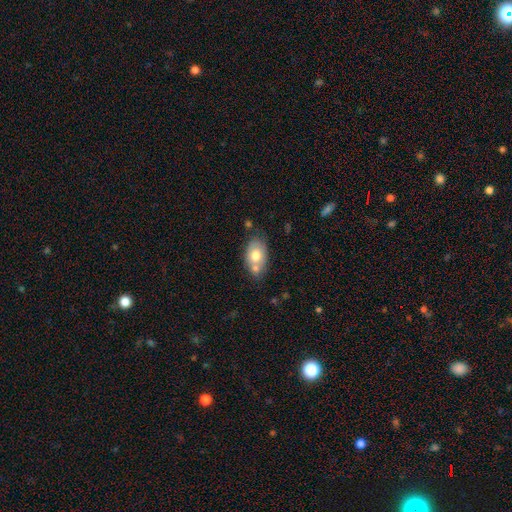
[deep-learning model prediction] A smooth galaxy with no disk features (70%) that is in between round and cigar-shaped (87%). Merging: none (52%).